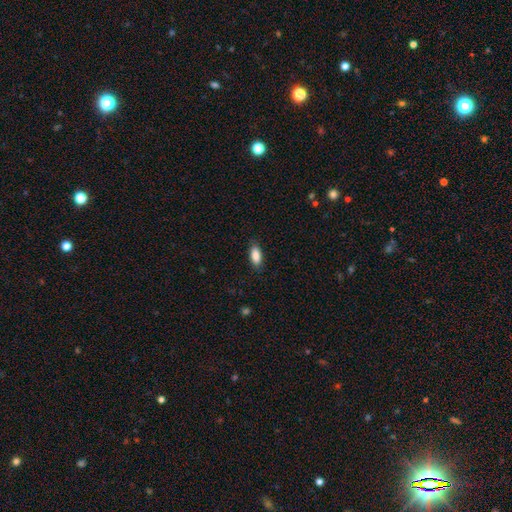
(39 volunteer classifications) smooth-or-featured: smooth: 95% | featured or disk: 3% | star or artifact: 3%
  how-rounded: in between: 86% | cigar-shaped: 14% | round: 0%
  merging: none: 79% | minor disturbance: 16% | major disturbance: 5% | merger: 0%